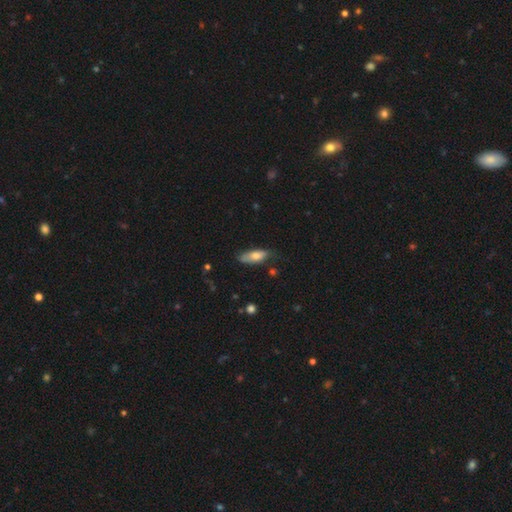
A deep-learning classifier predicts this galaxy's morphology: The model was most divided on "merging": none: 64%, minor disturbance: 28%, major disturbance: 6%, merger: 2%. More confident: smooth or featured — smooth (71%); how rounded — in between (69%).